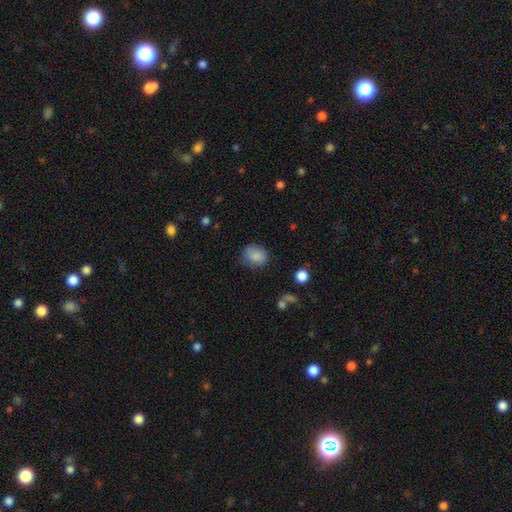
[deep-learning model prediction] A smooth galaxy with no disk features (85%) that is round (61%). Merging: none (69%).